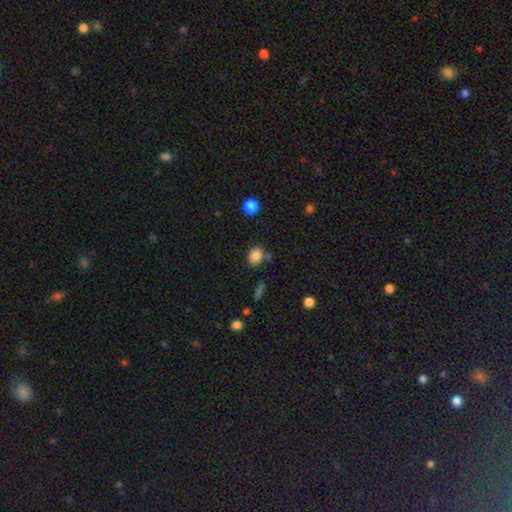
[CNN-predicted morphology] A smooth galaxy with no disk features (85%) that is in between round and cigar-shaped (56%).

Vote fractions:
- Smooth or featured? smooth: 85% / star or artifact: 10% / featured or disk: 5%
- How rounded? in between: 56% / round: 42% / cigar-shaped: 1%
- Merging? none: 76% / minor disturbance: 13% / merger: 7% / major disturbance: 3%